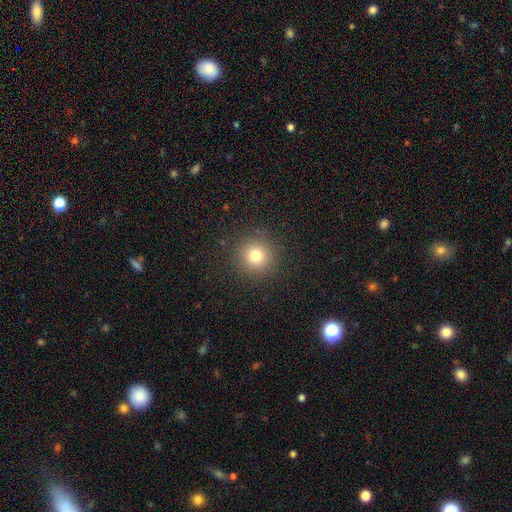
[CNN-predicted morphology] Q: Smooth or featured?
A: smooth (78%); runner-up: star or artifact (14%)
Q: How rounded?
A: round (94%); runner-up: in between (5%)
Q: Merging?
A: none (90%); runner-up: minor disturbance (6%)